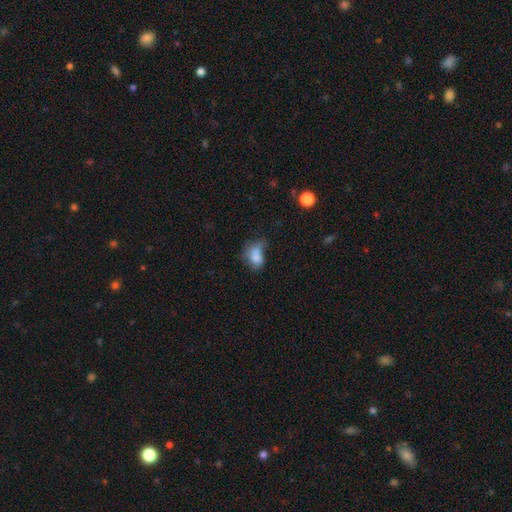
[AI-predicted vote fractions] Overall: smooth (74%). How rounded: in between (76%). Merging: minor disturbance (28%, tied with none).